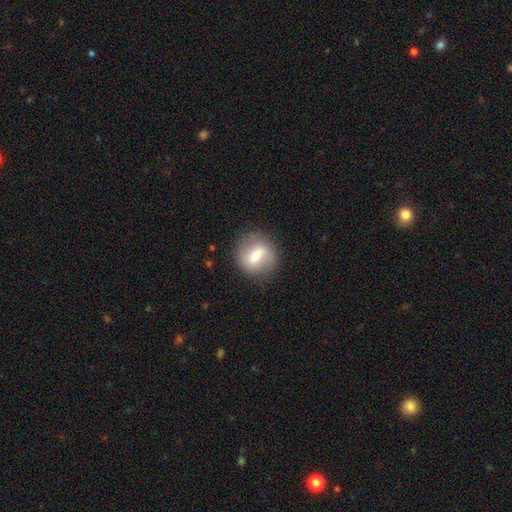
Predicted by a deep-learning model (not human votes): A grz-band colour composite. It shows a smooth galaxy with no disk features (58%) that is round (76%). Merging: none (81%).